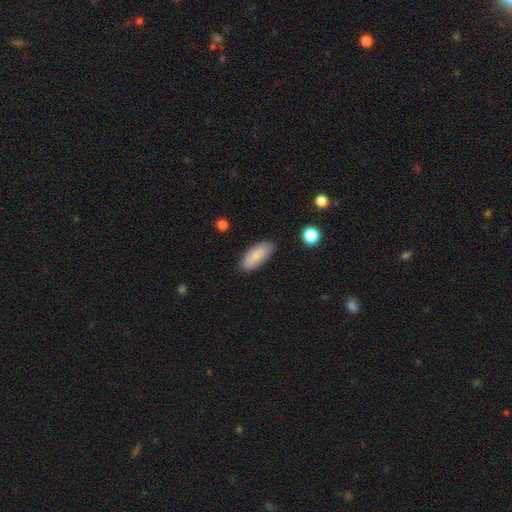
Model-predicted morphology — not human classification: This is clearly a smooth galaxy (86%). How rounded: clearly in between (84%). Merging: clearly none (85%).